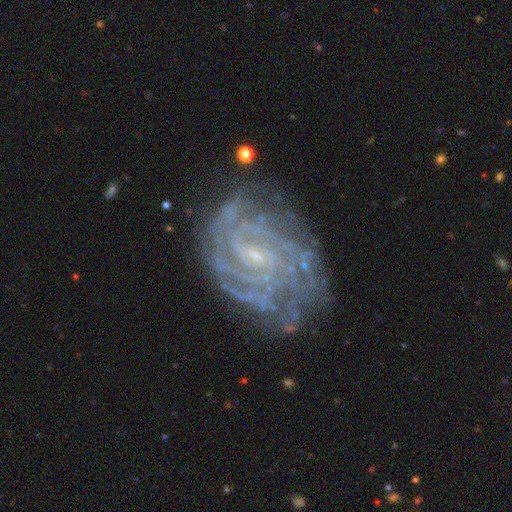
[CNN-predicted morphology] A featured or disk galaxy (89%) with a weak bar (47%), tight (76%) spiral arms (98%) and a small central bulge (80%).

Vote fractions:
- Smooth or featured? featured or disk: 89% / star or artifact: 6% / smooth: 4%
- Edge-on disk? no: 98% / yes: 2%
- Bar? weak: 47% / no: 36% / strong: 17%
- Spiral arms? yes: 98% / no: 2%
- Spiral winding? tight: 76% / medium: 20% / loose: 3%
- Spiral arm count? can't tell: 22% / 2: 21% / 4: 18% / 3: 18% / more than 4: 12% / 1: 9%
- Bulge size? small: 80% / moderate: 10% / none: 8% / large: 1% / dominant: 1%
- Merging? none: 74% / minor disturbance: 18% / major disturbance: 7% / merger: 2%